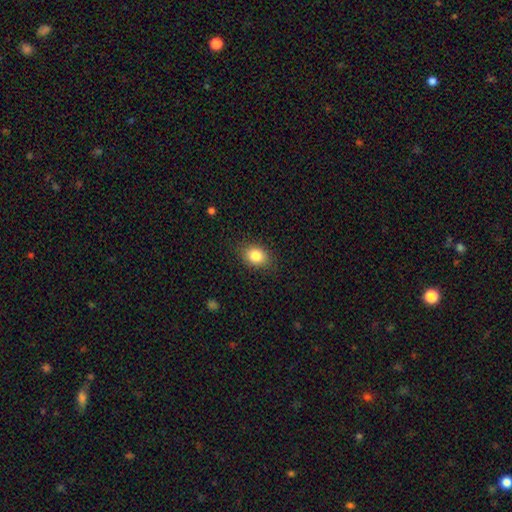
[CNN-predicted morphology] type=smooth (85%); roundness=in between (65%); merging=none (85%).